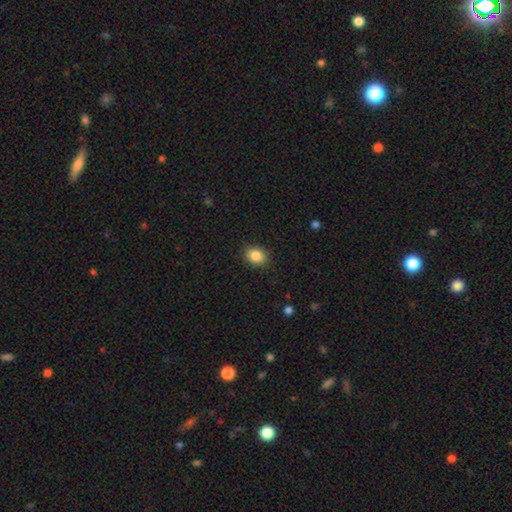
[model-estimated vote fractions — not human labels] Smooth or featured: smooth — 86% (star or artifact — 9%)
How rounded: in between — 50% (round — 49%)
Merging: none — 89% (minor disturbance — 8%)